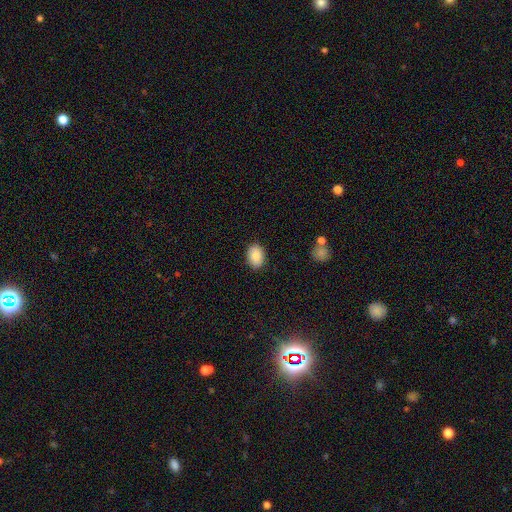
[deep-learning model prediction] This appears to be a smooth galaxy with no disk features (86%) that is in between round and cigar-shaped (78%). Merging: none (88%).